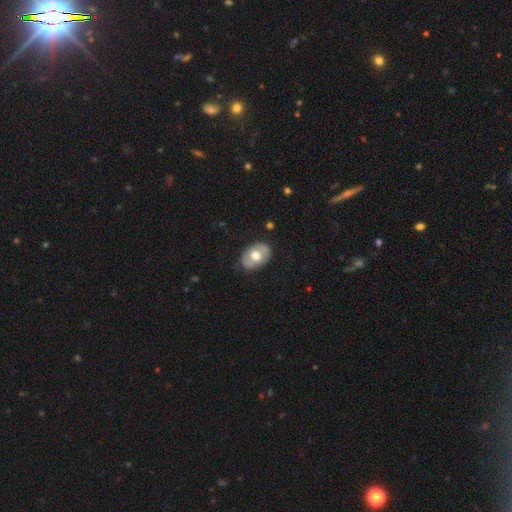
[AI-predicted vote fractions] Morphology: type=smooth (63%); roundness=in between (78%); merging=none (83%).